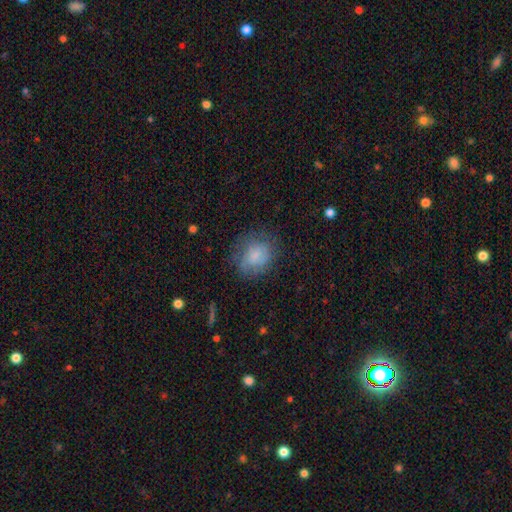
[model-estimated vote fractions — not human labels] Overall: smooth (72%). How rounded: round (61%; in between 38%). Merging: none (66%).